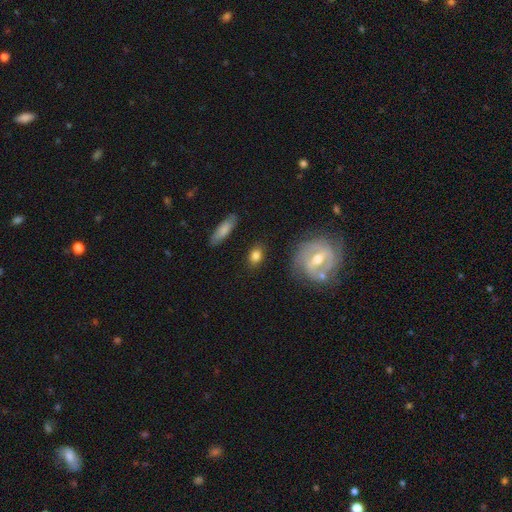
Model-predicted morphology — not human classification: Smooth or featured?
  - smooth: 79% *
  - featured or disk: 13%
  - star or artifact: 8%
How rounded?
  - in between: 67% *
  - round: 29%
  - cigar-shaped: 4%
Merging?
  - none: 80% *
  - minor disturbance: 13%
  - major disturbance: 4%
  - merger: 3%